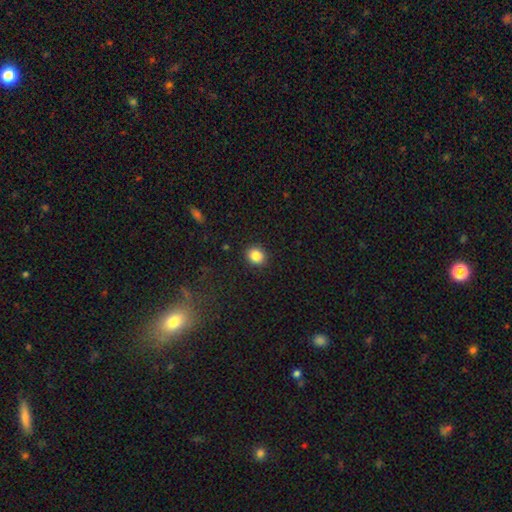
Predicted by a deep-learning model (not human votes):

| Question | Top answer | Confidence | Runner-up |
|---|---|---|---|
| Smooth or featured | smooth | 85% | star or artifact (10%) |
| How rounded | round | 76% | in between (23%) |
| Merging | none | 91% | minor disturbance (6%) |